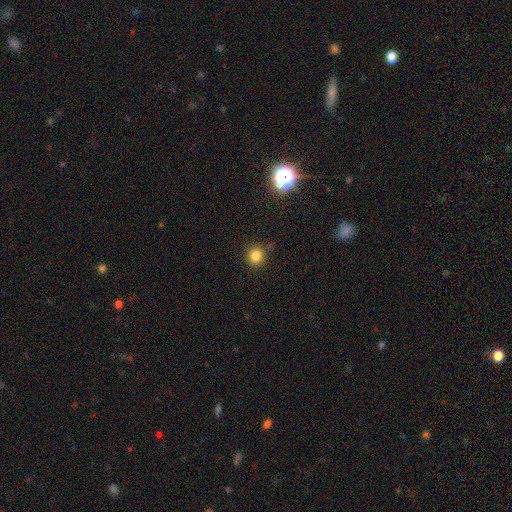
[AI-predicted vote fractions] Morphology: type=smooth (81%); roundness=round (84%); merging=none (85%).